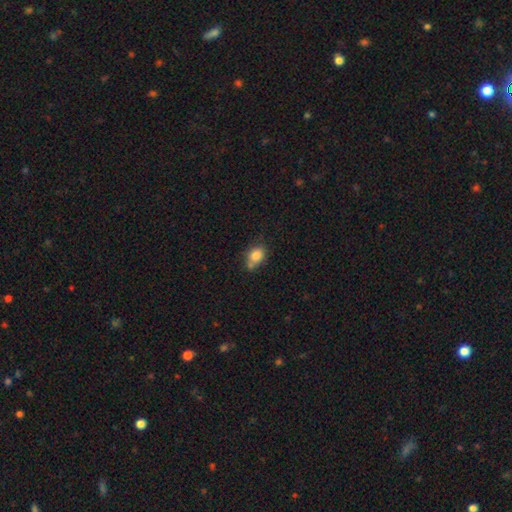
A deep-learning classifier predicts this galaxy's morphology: Smooth or featured? Predicted: smooth (p=0.82). How rounded? Predicted: in between (p=0.62). Merging? Predicted: none (p=0.51).